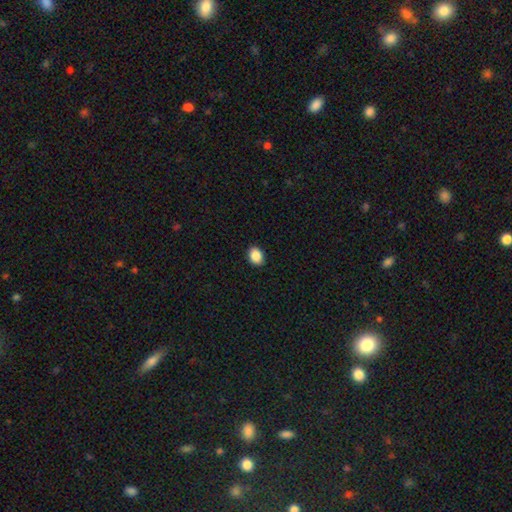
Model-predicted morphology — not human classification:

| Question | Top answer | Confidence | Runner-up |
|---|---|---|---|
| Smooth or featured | smooth | 89% | star or artifact (8%) |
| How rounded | in between | 68% | round (30%) |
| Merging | none | 89% | minor disturbance (8%) |